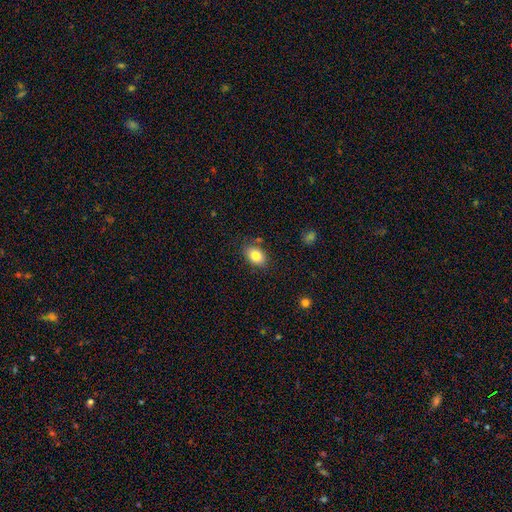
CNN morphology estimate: Smooth or featured? smooth (83%)
How rounded? in between (83%)
Merging? none (80%)